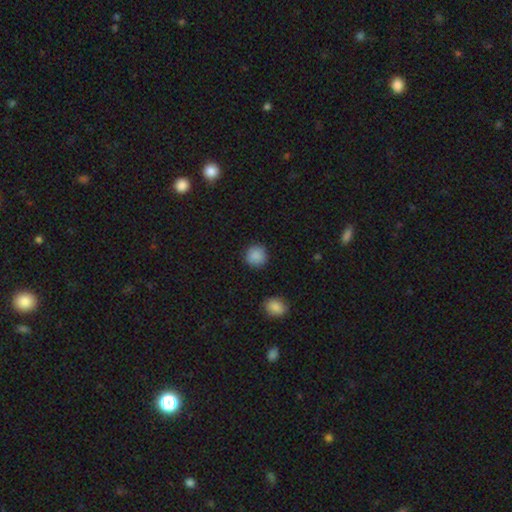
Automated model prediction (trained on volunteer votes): Smooth or featured? smooth (88%)
How rounded? round (93%)
Merging? none (90%)